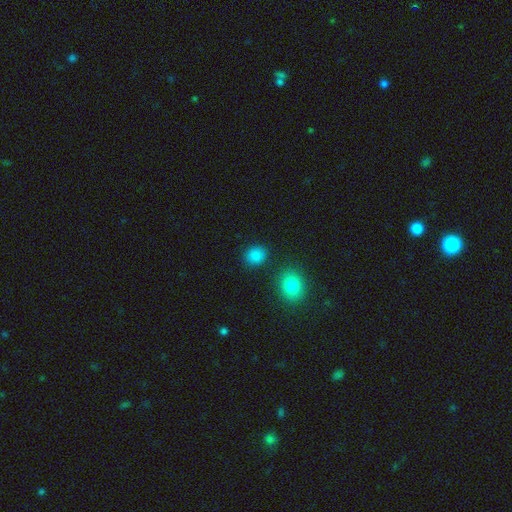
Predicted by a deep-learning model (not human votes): Overall: smooth (86%). How rounded: round (67%; in between 31%). Merging: none (85%).